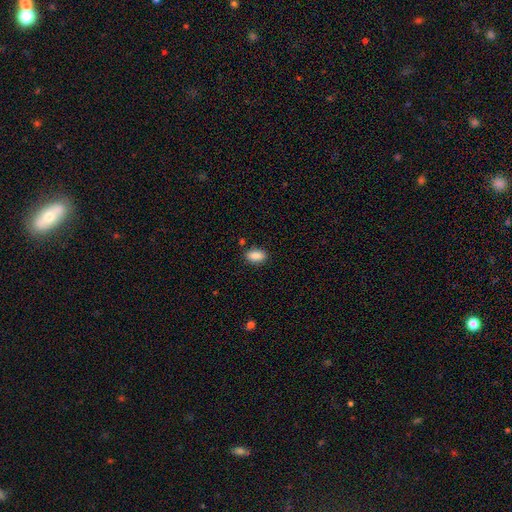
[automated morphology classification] This is clearly a smooth galaxy (88%). How rounded: clearly in between (91%). Merging: clearly none (84%).